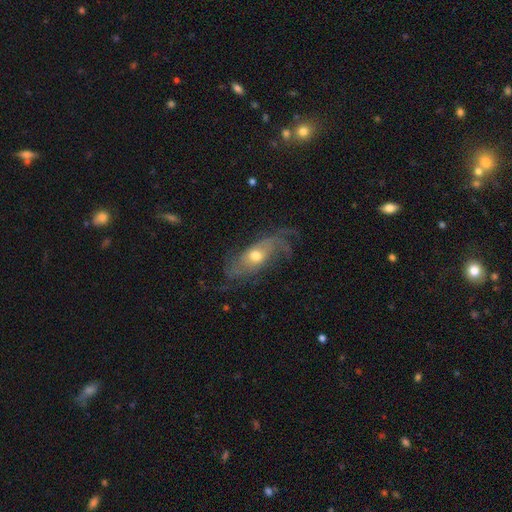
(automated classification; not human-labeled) Q: Smooth or featured?
A: featured or disk (72%); runner-up: smooth (20%)
Q: Edge-on disk?
A: no (87%); runner-up: yes (13%)
Q: Bar?
A: no (71%); runner-up: weak (23%)
Q: Spiral arms?
A: yes (84%); runner-up: no (16%)
Q: Spiral winding?
A: loose (51%); runner-up: medium (33%)
Q: Spiral arm count?
A: 2 (40%); runner-up: can't tell (27%)
Q: Bulge size?
A: moderate (68%); runner-up: small (20%)
Q: Merging?
A: none (53%); runner-up: major disturbance (23%)